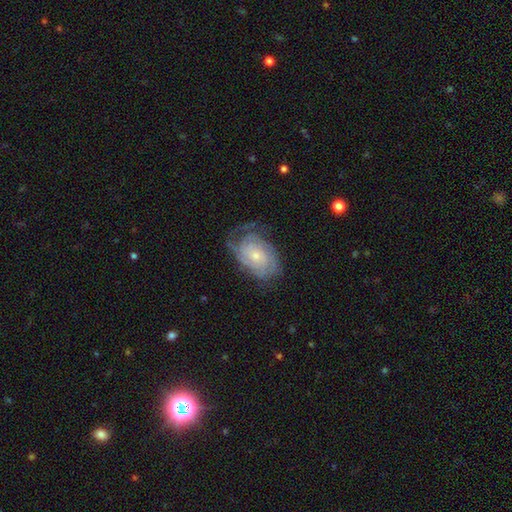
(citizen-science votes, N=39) Smooth or featured? featured or disk (79%)
Edge-on disk? no (94%)
Bar? no (83%)
Spiral arms? yes (100%)
Spiral winding? tight (83%)
Spiral arm count? can't tell (38%)
Bulge size? small (59%)
Merging? none (37%, tied with minor disturbance)